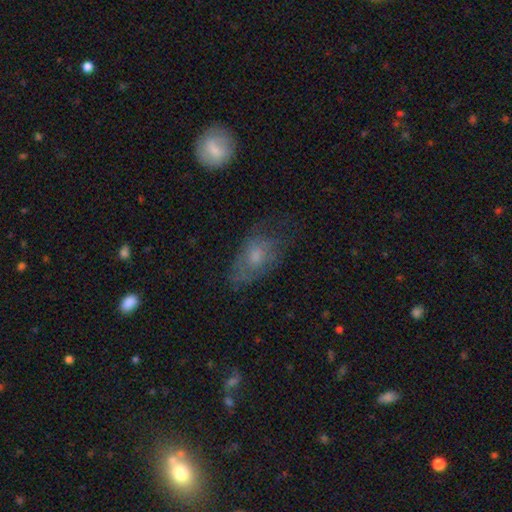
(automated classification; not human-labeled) smooth_or_featured: smooth (p=0.54) [alt: featured or disk p=0.36]
how_rounded: in between (p=0.85) [alt: round p=0.11]
merging: none (p=0.49) [alt: minor disturbance p=0.28]